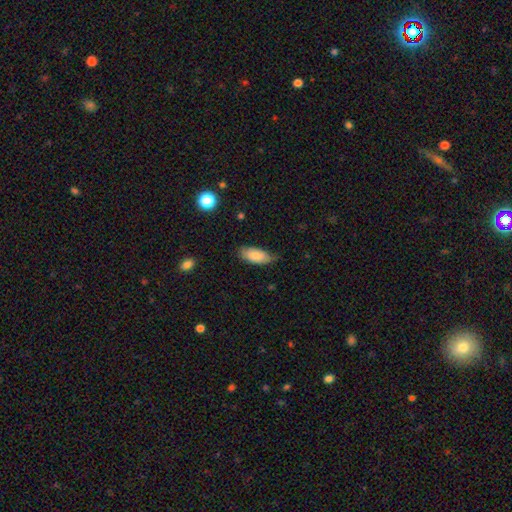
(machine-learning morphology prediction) Smooth or featured: smooth — 82% (featured or disk — 11%)
How rounded: in between — 88% (cigar-shaped — 10%)
Merging: none — 71% (minor disturbance — 24%)